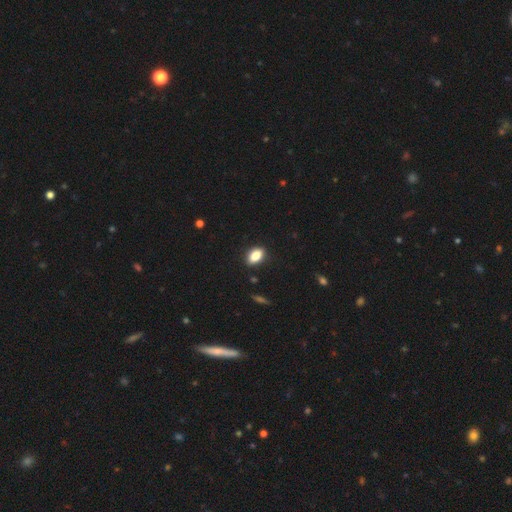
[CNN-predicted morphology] smooth-or-featured: smooth: 84% | star or artifact: 9% | featured or disk: 8%
  how-rounded: in between: 87% | round: 10% | cigar-shaped: 3%
  merging: none: 87% | minor disturbance: 10% | major disturbance: 2% | merger: 1%